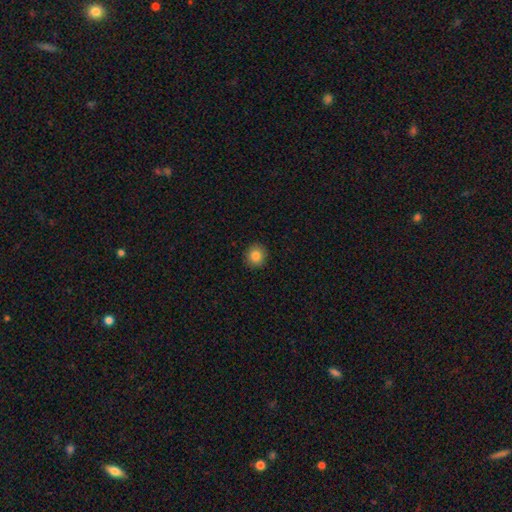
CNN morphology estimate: This is clearly a smooth galaxy (85%). How rounded: clearly round (84%). Merging: clearly none (91%).